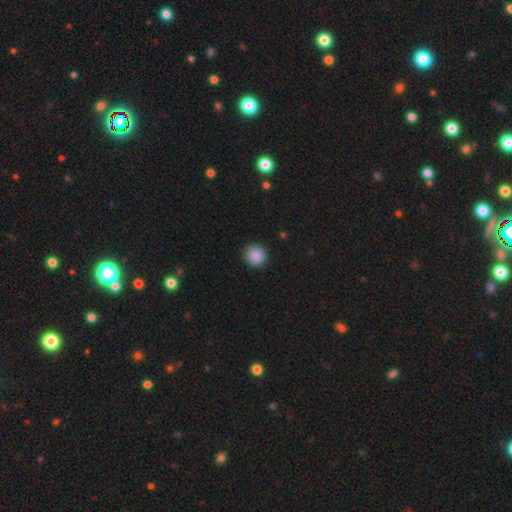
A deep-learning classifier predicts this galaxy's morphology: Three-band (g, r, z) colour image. It shows a smooth galaxy with no disk features (89%) that is round (93%). Merging: none (91%).